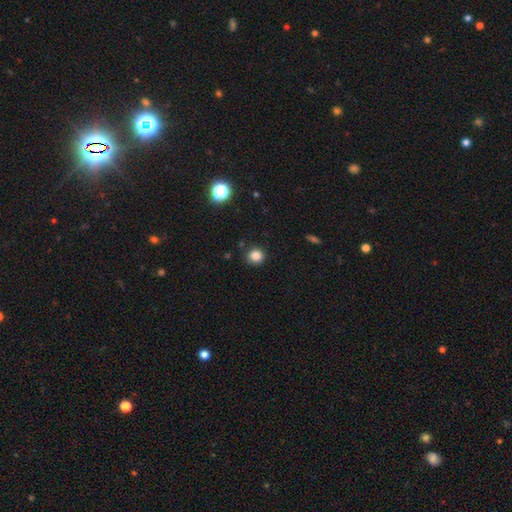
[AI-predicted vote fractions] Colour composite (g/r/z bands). It shows a smooth galaxy with no disk features (83%) that is round (90%). Merging: none (89%).